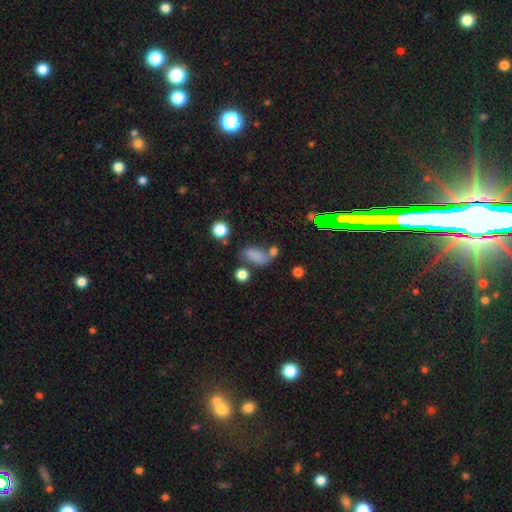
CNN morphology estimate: smooth_or_featured: smooth (p=0.73) [alt: star or artifact p=0.16]
how_rounded: in between (p=0.79) [alt: cigar-shaped p=0.10]
merging: none (p=0.46) [alt: merger p=0.22]